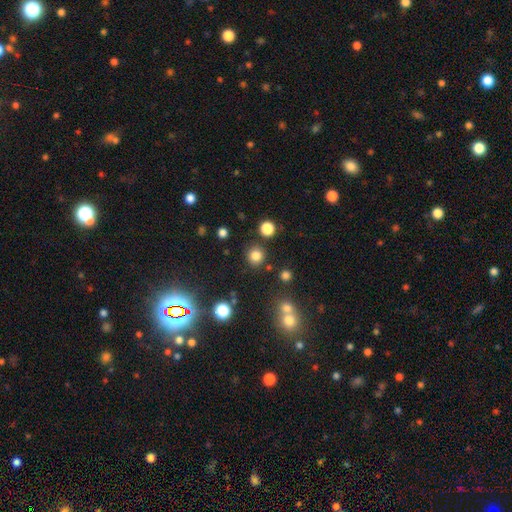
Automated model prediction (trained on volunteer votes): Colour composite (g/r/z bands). It shows a smooth galaxy with no disk features (81%) that is round (91%). Merging: none (86%).